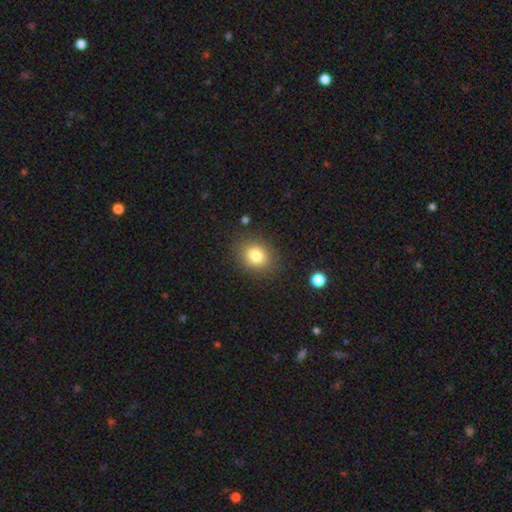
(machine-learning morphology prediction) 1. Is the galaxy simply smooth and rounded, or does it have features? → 81% smooth, 11% star or artifact, 8% featured or disk.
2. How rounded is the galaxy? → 58% round, 41% in between, 1% cigar-shaped.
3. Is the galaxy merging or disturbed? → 85% none, 9% minor disturbance, 3% major disturbance, 2% merger.